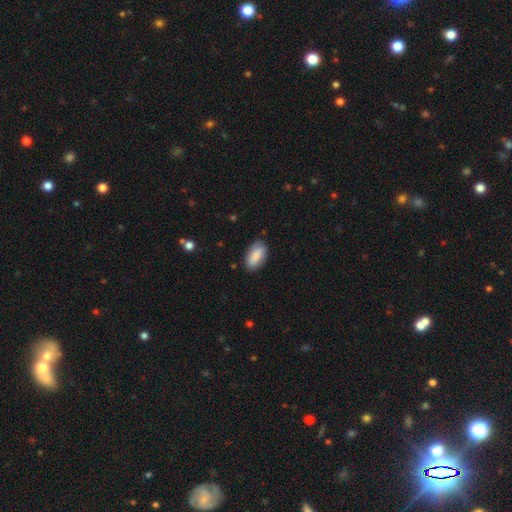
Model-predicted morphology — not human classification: Smooth or featured? Predicted: smooth (p=0.85). How rounded? Predicted: in between (p=0.93). Merging? Predicted: none (p=0.84).